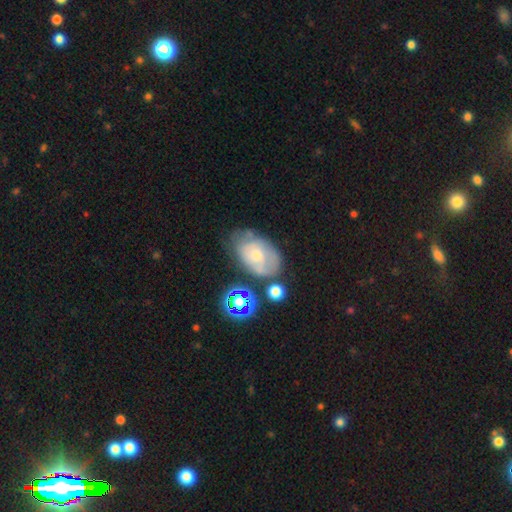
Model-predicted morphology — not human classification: smooth-or-featured: featured or disk: 48% | smooth: 39% | star or artifact: 13%
  merging: none: 49% | minor disturbance: 27% | major disturbance: 12% | merger: 12%